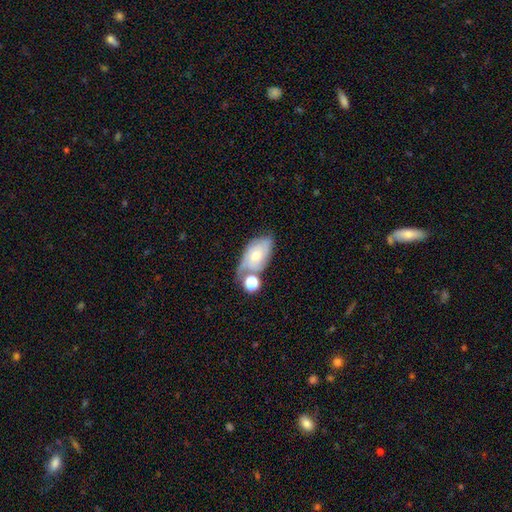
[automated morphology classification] Q: Smooth or featured?
A: featured or disk (47%); runner-up: smooth (44%)
Q: Merging?
A: none (37%); runner-up: merger (27%)